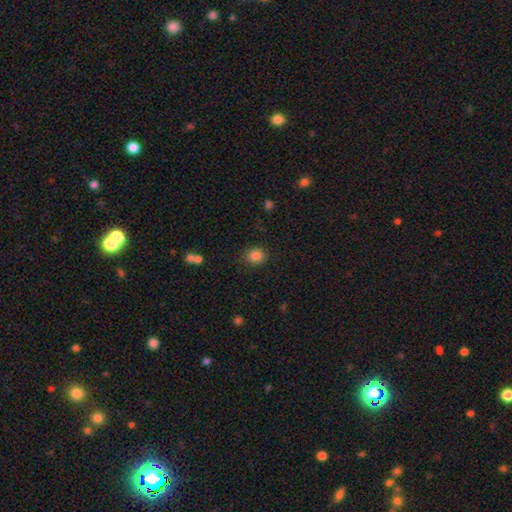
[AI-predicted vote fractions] smooth 85%, star or artifact 10%, featured or disk 4%. Down the decision tree: how rounded — round (75%); merging — none (83%).